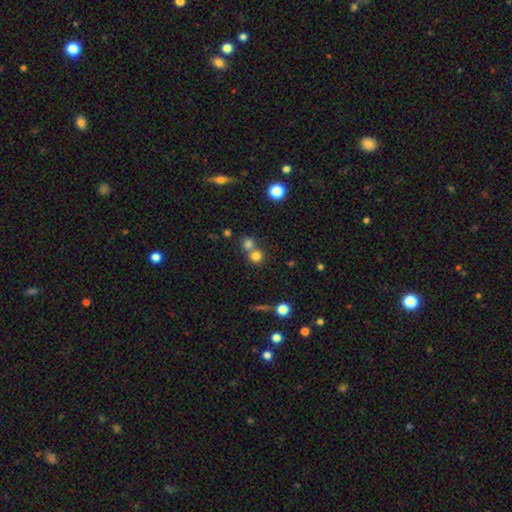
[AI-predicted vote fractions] Smooth or featured: smooth — 75% (star or artifact — 15%)
How rounded: round — 88% (in between — 10%)
Merging: merger — 47% (none — 46%)